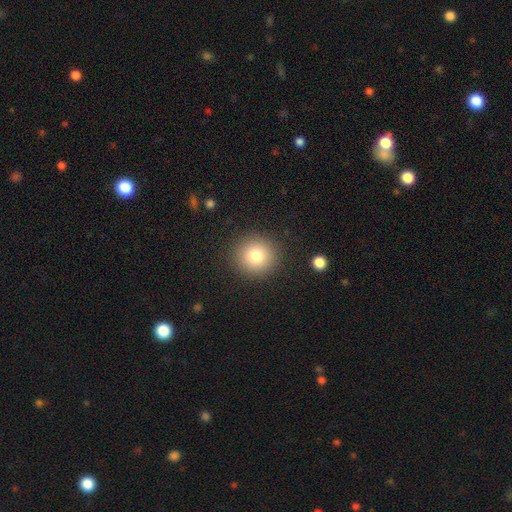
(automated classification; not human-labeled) Smooth or featured? Predicted: smooth (p=0.80). How rounded? Predicted: round (p=0.93). Merging? Predicted: none (p=0.90).